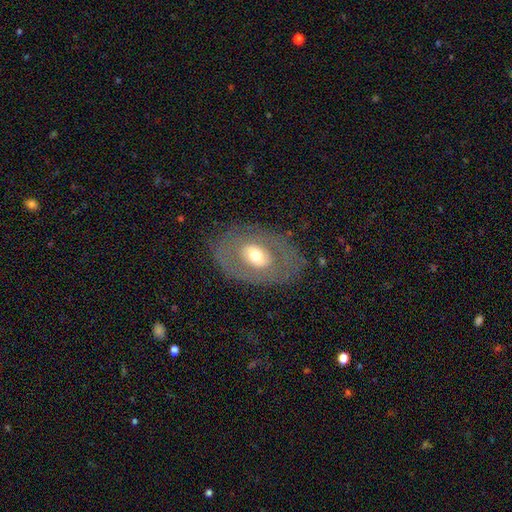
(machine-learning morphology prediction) smooth_or_featured: featured or disk (p=0.52) [alt: smooth p=0.41]
disk_edge_on: no (p=0.91) [alt: yes p=0.09]
merging: none (p=0.77) [alt: minor disturbance p=0.13]